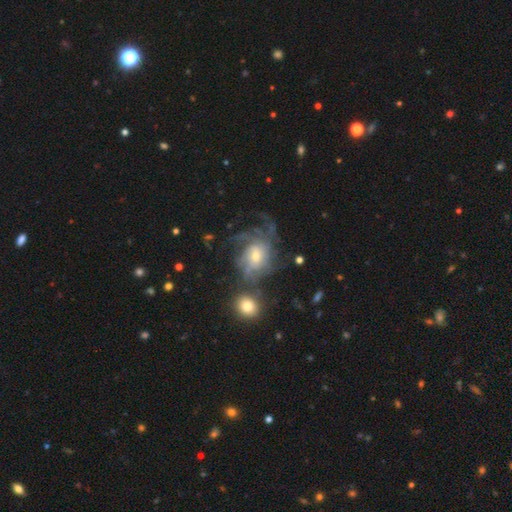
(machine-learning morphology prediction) Q: Smooth or featured?
A: featured or disk (76%); runner-up: smooth (13%)
Q: Edge-on disk?
A: no (97%); runner-up: yes (3%)
Q: Bar?
A: no (69%); runner-up: weak (26%)
Q: Spiral arms?
A: yes (90%); runner-up: no (10%)
Q: Spiral winding?
A: tight (43%); runner-up: medium (38%)
Q: Spiral arm count?
A: can't tell (39%); runner-up: 4 (20%)
Q: Bulge size?
A: small (49%); runner-up: moderate (43%)
Q: Merging?
A: none (45%); runner-up: major disturbance (27%)